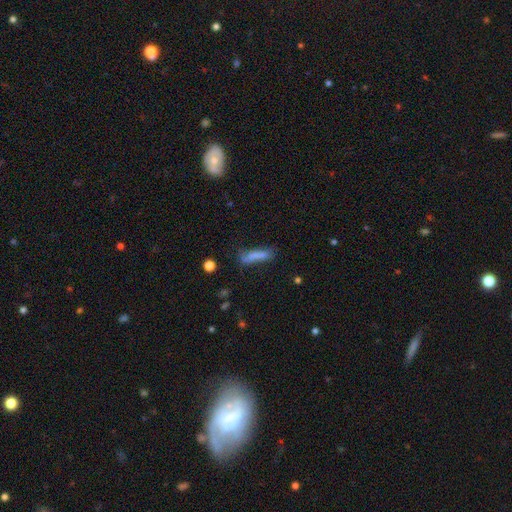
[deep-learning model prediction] A smooth galaxy with no disk features (73%) that is cigar-shaped (74%).

Vote fractions:
- Smooth or featured? smooth: 73% / featured or disk: 17% / star or artifact: 10%
- How rounded? cigar-shaped: 74% / in between: 24% / round: 2%
- Merging? none: 52% / minor disturbance: 25% / major disturbance: 14% / merger: 9%